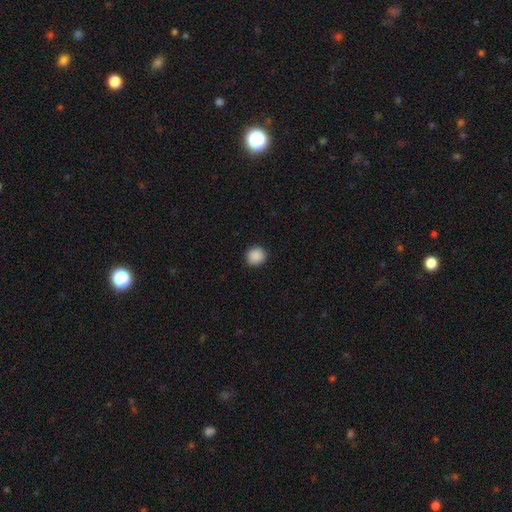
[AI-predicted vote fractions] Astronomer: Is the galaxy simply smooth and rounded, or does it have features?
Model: smooth — 89%.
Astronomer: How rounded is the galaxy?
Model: round — 94%.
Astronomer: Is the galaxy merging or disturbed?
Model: none — 92%.